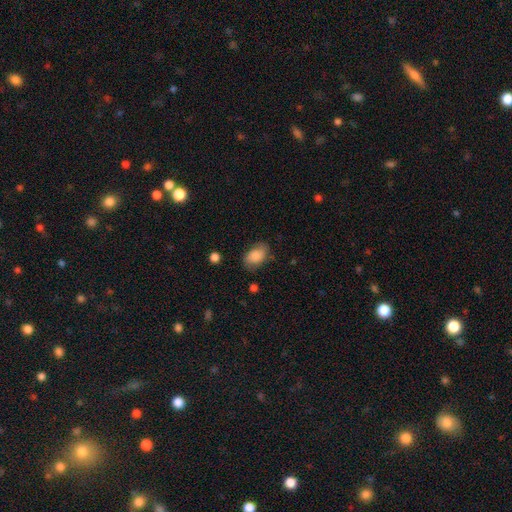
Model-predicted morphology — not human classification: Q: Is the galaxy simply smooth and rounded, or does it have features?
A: smooth — 81%.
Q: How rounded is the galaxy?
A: in between — 88%.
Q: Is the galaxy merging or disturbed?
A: none — 72%.